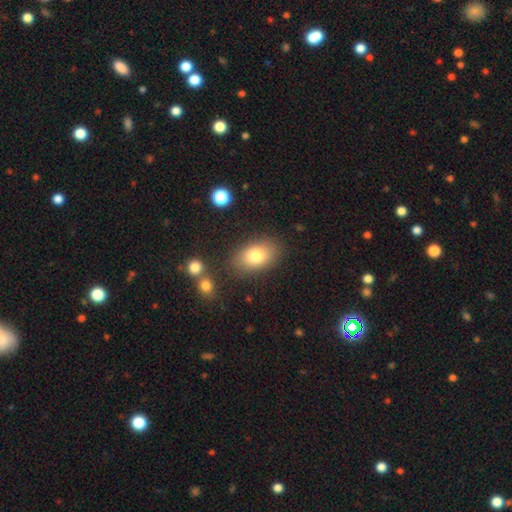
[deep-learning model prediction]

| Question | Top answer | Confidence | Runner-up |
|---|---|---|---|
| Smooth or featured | smooth | 79% | featured or disk (12%) |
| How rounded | in between | 84% | round (14%) |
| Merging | none | 80% | minor disturbance (12%) |